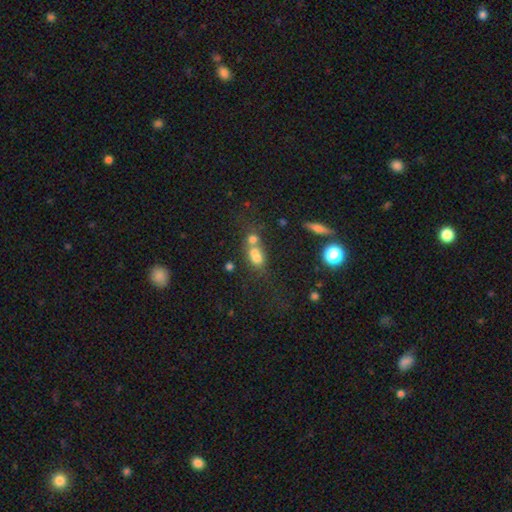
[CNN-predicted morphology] Q: Smooth or featured?
A: smooth (64%); runner-up: featured or disk (20%)
Q: How rounded?
A: in between (52%); runner-up: round (43%)
Q: Merging?
A: merger (62%); runner-up: none (24%)